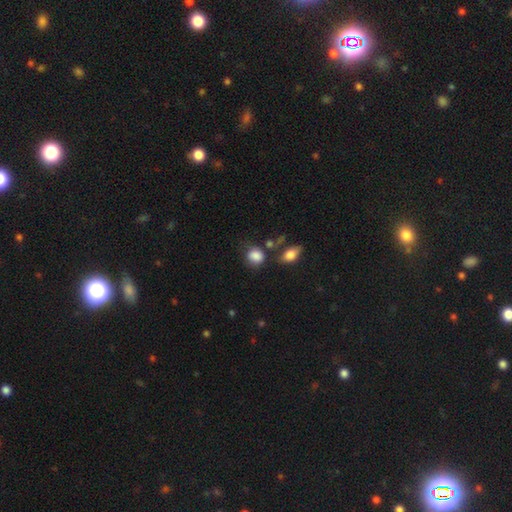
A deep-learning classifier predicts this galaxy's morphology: type=smooth (85%); roundness=round (61%); merging=none (58%).